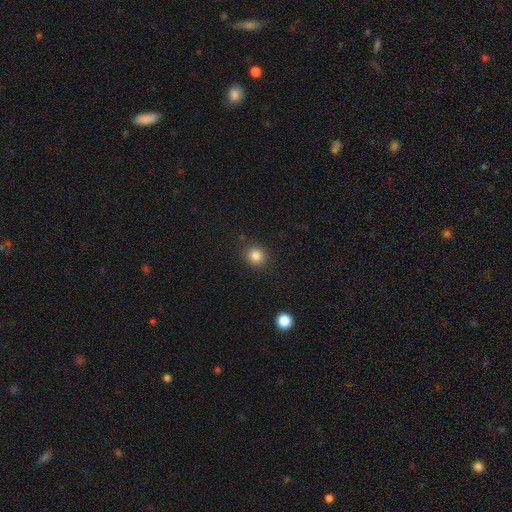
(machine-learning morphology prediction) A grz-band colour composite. It shows a smooth galaxy with no disk features (84%) that is round (87%). Merging: none (88%).